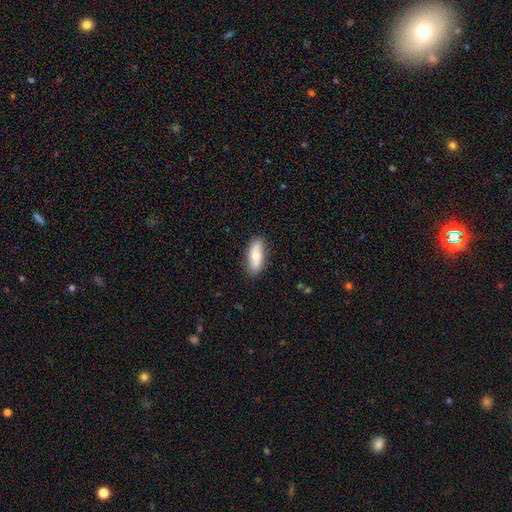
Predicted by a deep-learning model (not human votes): This appears to be a smooth galaxy with no disk features (73%) that is in between round and cigar-shaped (75%). Merging: none (87%).